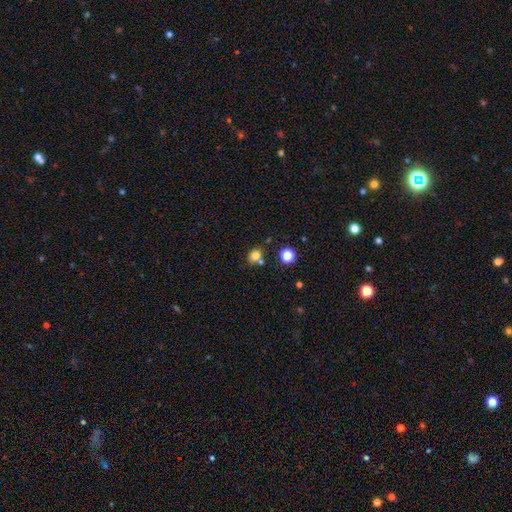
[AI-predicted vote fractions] Morphology: type=smooth (75%); roundness=round (62%); merging=none (64%).